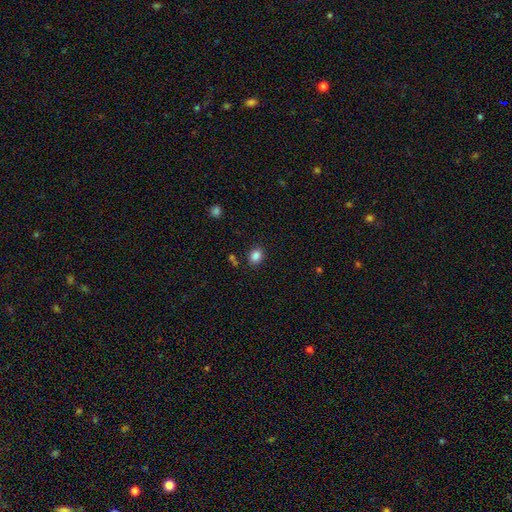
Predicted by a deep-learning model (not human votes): The model was most divided on "how rounded": round: 51%, in between: 49%, cigar-shaped: 1%. More confident: smooth or featured — smooth (85%); merging — none (84%).